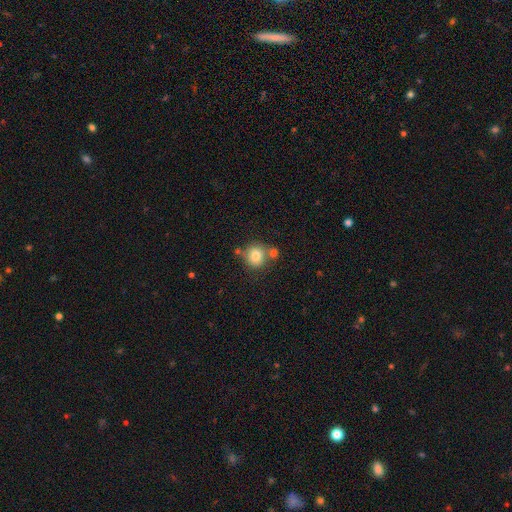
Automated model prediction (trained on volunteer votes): Overall: smooth (80%). How rounded: round (87%). Merging: none (61%; merger 24%).